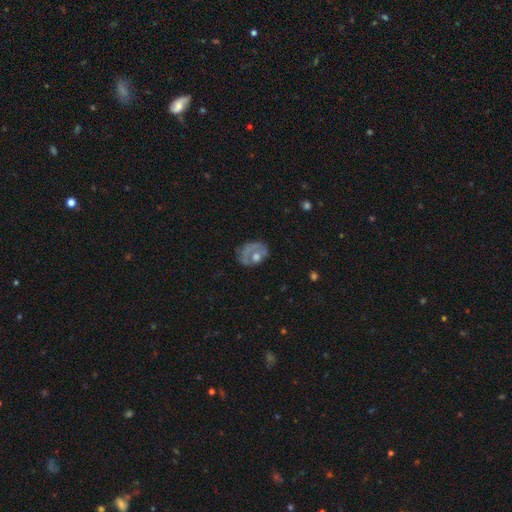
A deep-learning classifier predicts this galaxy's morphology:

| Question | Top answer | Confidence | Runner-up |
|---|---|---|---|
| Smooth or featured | featured or disk | 52% | smooth (38%) |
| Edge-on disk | no | 96% | yes (4%) |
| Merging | none | 45% | major disturbance (26%) |